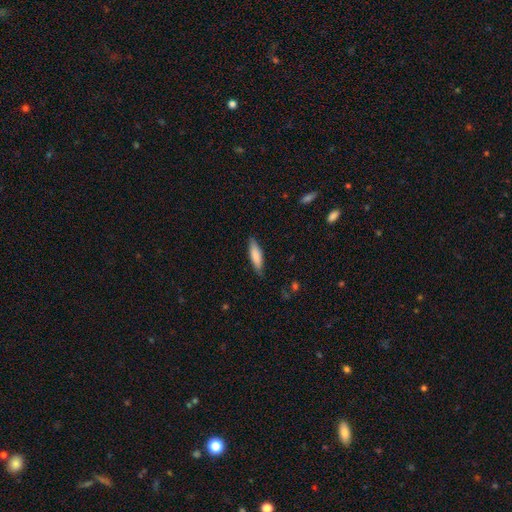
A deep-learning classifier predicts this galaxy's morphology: A smooth galaxy with no disk features (81%) that is cigar-shaped (59%). Merging: none (82%).